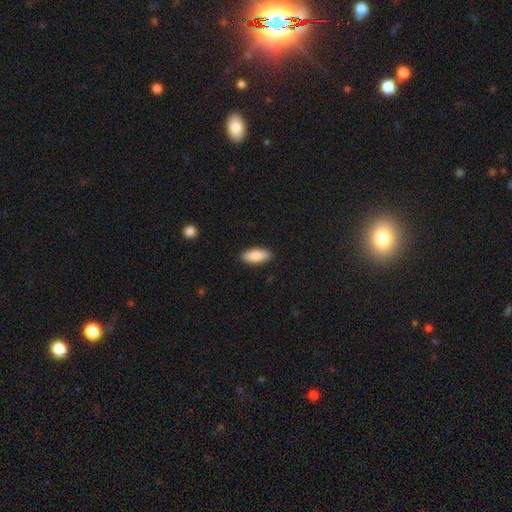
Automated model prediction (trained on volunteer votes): smooth_or_featured: smooth (p=0.88) [alt: featured or disk p=0.06]
how_rounded: in between (p=0.82) [alt: cigar-shaped p=0.16]
merging: none (p=0.89) [alt: minor disturbance p=0.08]